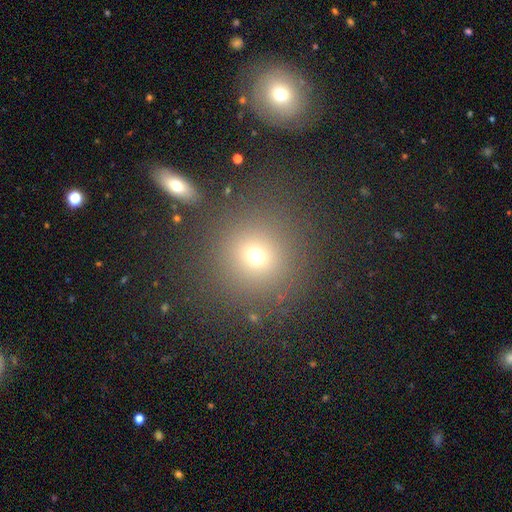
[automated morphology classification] Q: Smooth or featured?
A: smooth (69%); runner-up: star or artifact (21%)
Q: How rounded?
A: round (92%); runner-up: in between (7%)
Q: Merging?
A: none (83%); runner-up: minor disturbance (8%)